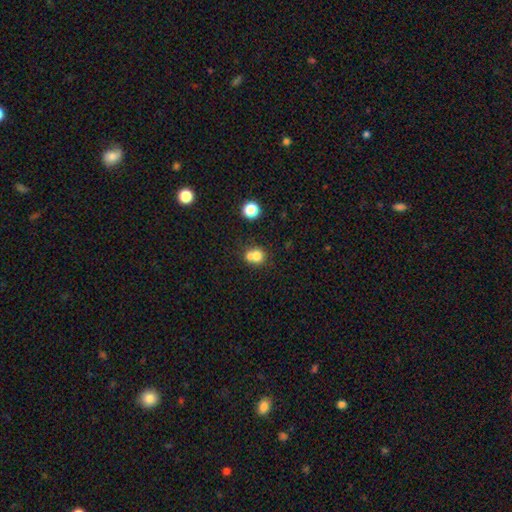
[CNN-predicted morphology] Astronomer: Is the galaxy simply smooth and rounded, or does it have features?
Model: smooth — 72%.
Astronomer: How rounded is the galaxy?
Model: round — 79%.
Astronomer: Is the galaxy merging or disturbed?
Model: merger — 53% (runner-up: none, 37%).